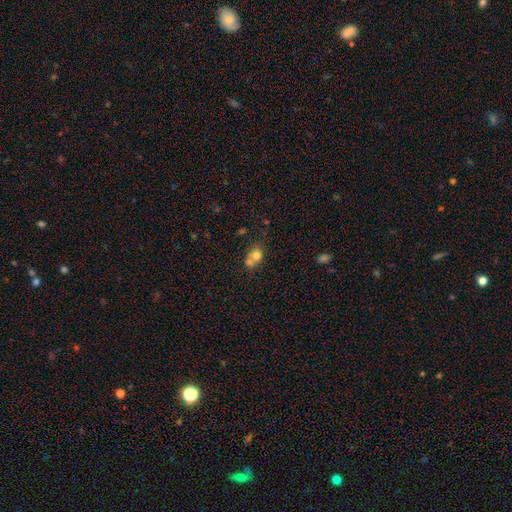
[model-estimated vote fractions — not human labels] smooth-or-featured: smooth: 73% | featured or disk: 16% | star or artifact: 11%
  how-rounded: round: 66% | in between: 32% | cigar-shaped: 1%
  merging: merger: 56% | none: 31% | minor disturbance: 9% | major disturbance: 4%